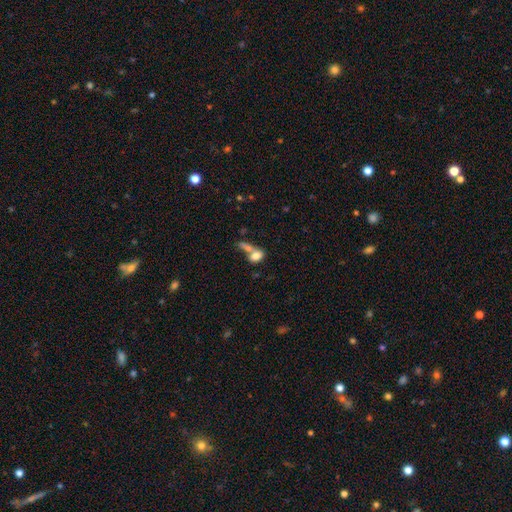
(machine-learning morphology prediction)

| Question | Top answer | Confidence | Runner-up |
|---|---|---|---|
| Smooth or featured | smooth | 74% | featured or disk (16%) |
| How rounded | in between | 73% | round (18%) |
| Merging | merger | 53% | none (26%) |